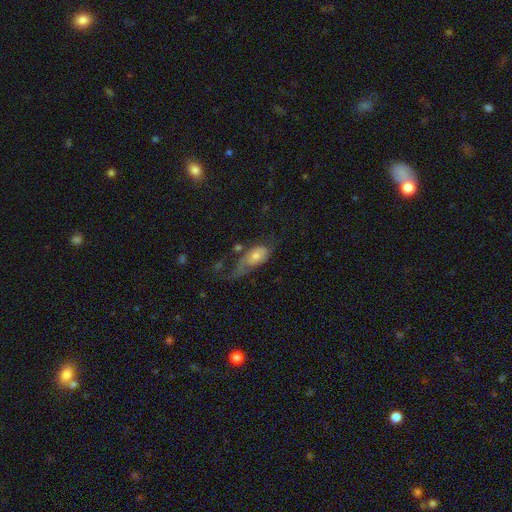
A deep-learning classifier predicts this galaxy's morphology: This appears to be a smooth galaxy with no disk features (51%) that is in between round and cigar-shaped (86%). Merging: major disturbance (46%).